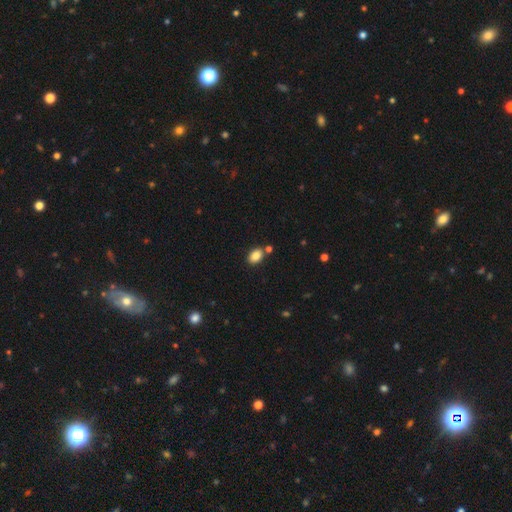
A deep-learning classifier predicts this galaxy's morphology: type=smooth (86%); roundness=in between (84%); merging=none (75%).